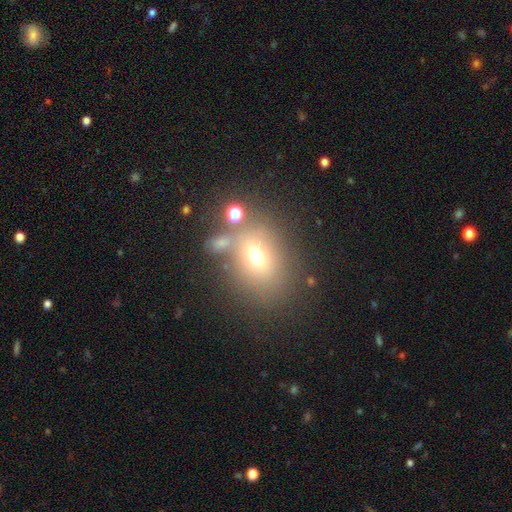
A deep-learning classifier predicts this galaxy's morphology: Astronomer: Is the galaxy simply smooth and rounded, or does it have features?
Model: smooth — 64%.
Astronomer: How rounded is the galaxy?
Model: in between — 59% (runner-up: round, 40%).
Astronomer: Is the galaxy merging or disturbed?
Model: none — 61%.